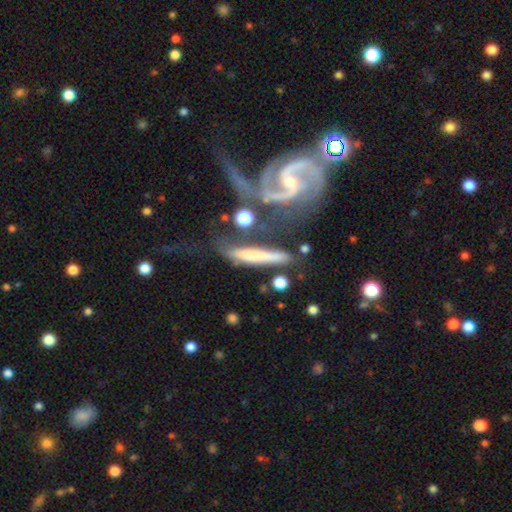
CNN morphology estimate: Smooth or featured? Predicted: smooth (p=0.52). How rounded? Predicted: cigar-shaped (p=0.87). Merging? Predicted: none (p=0.54).